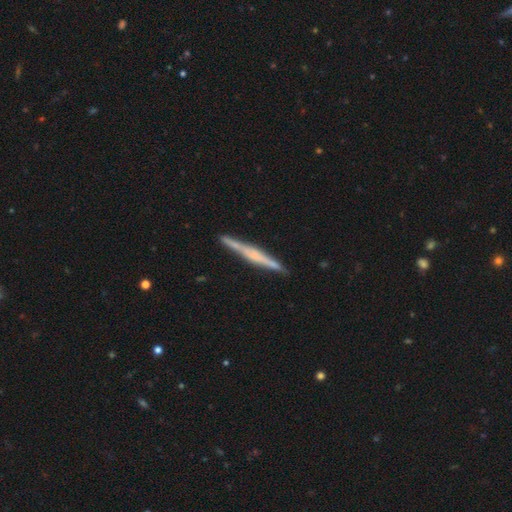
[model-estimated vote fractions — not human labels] This is likely a featured or disk galaxy (70%). It is clearly viewed edge-on (98%). Edge-on bulge: marginally rounded (35%). Merging: clearly none (87%).